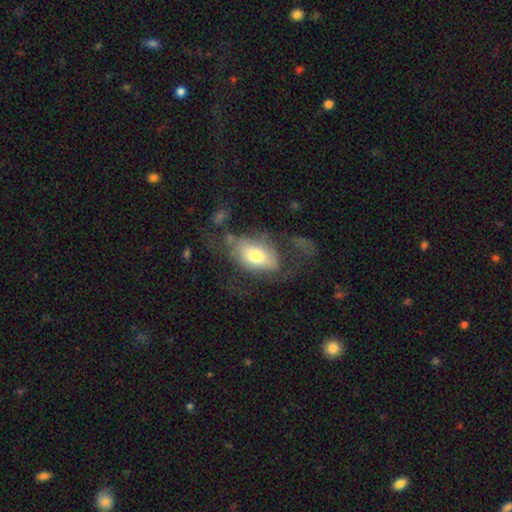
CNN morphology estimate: The model was most divided on "merging": major disturbance: 39%, none: 35%, minor disturbance: 21%, merger: 4%. More confident: how rounded — in between (89%); smooth or featured — smooth (56%).